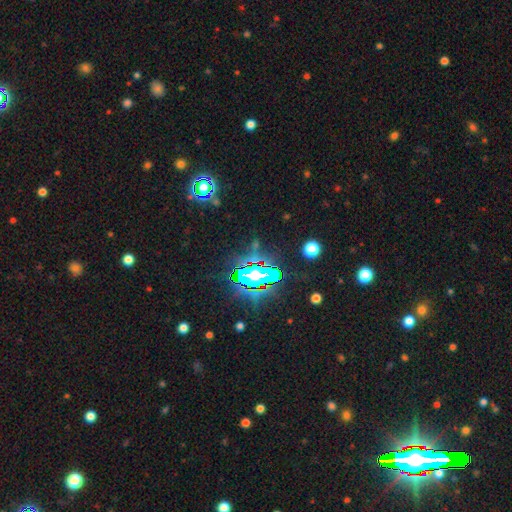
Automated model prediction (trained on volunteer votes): smooth-or-featured: star or artifact: 84% | smooth: 9% | featured or disk: 7%